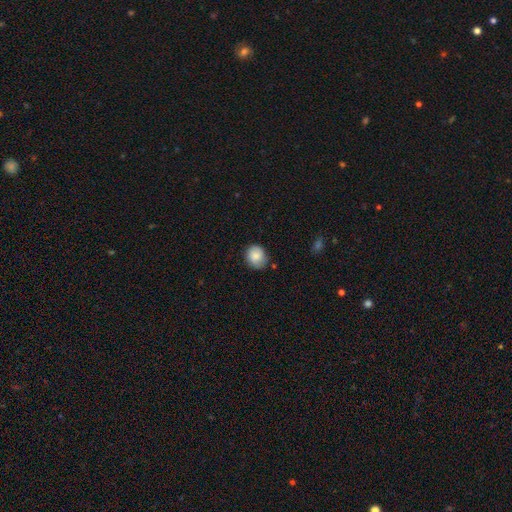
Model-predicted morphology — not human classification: smooth-or-featured: smooth: 84% | featured or disk: 8% | star or artifact: 8%
  how-rounded: round: 74% | in between: 25% | cigar-shaped: 1%
  merging: none: 75% | minor disturbance: 19% | major disturbance: 3% | merger: 2%